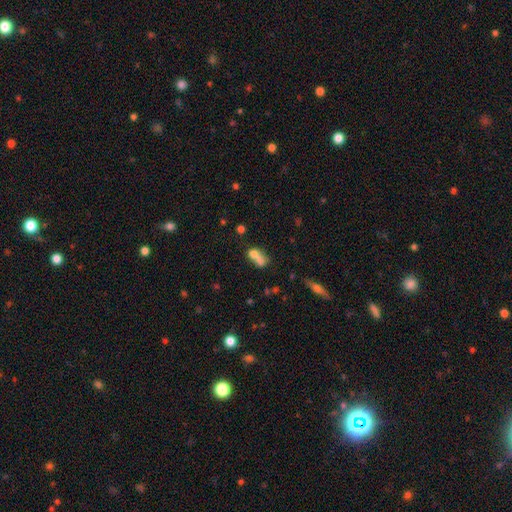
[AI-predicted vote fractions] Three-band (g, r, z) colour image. It shows a smooth galaxy with no disk features (69%) that is in between round and cigar-shaped (64%). Merging: merger (50%).